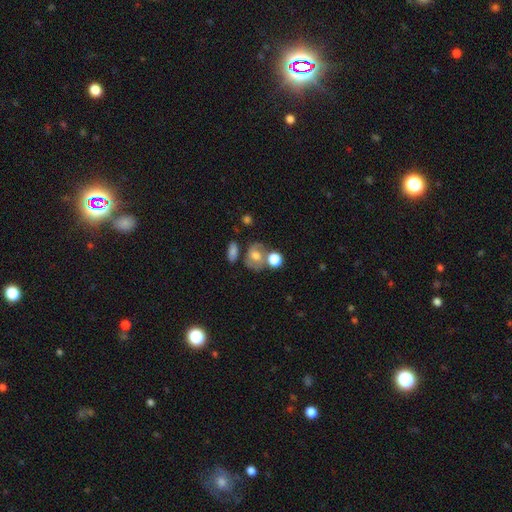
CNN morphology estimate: Smooth or featured? smooth (62%)
How rounded? round (57%)
Merging? none (45%)